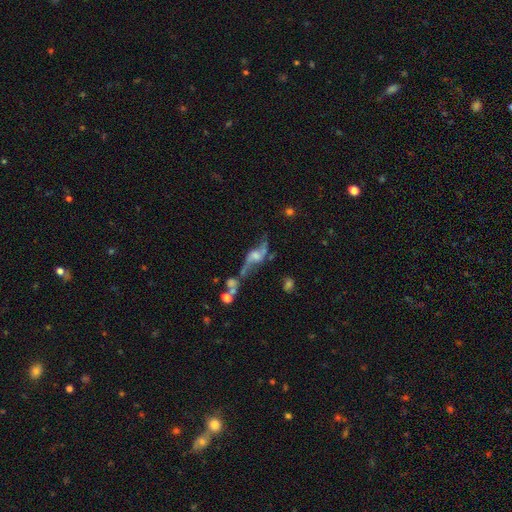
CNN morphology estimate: Smooth or featured? featured or disk (75%)
Edge-on disk? no (82%)
Bar? no (58%)
Spiral arms? yes (83%)
Spiral winding? loose (90%)
Spiral arm count? 2 (87%)
Bulge size? moderate (37%)
Merging? none (36%)